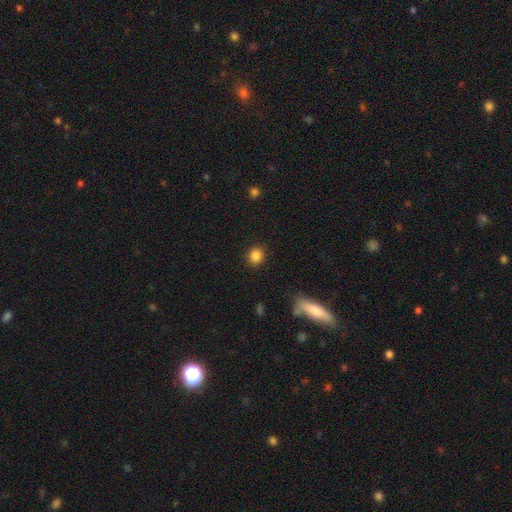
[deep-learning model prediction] Morphology: type=smooth (85%); roundness=round (80%); merging=none (89%).